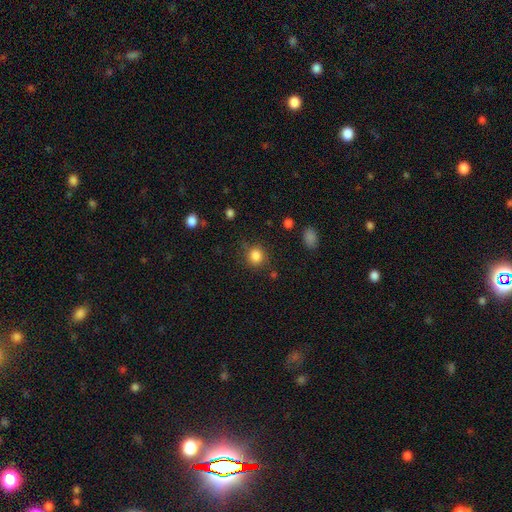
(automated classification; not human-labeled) Smooth or featured? Predicted: smooth (p=0.85). How rounded? Predicted: round (p=0.87). Merging? Predicted: none (p=0.81).